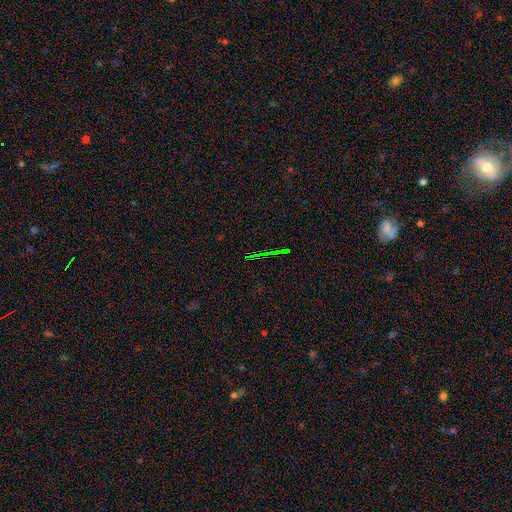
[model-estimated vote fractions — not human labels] Smooth or featured? star or artifact (73%)